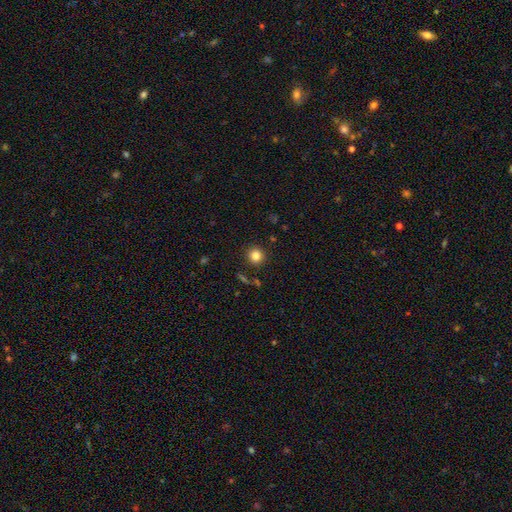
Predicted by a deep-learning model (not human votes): smooth_or_featured: smooth (p=0.82) [alt: star or artifact p=0.12]
how_rounded: round (p=0.92) [alt: in between p=0.07]
merging: none (p=0.89) [alt: minor disturbance p=0.06]